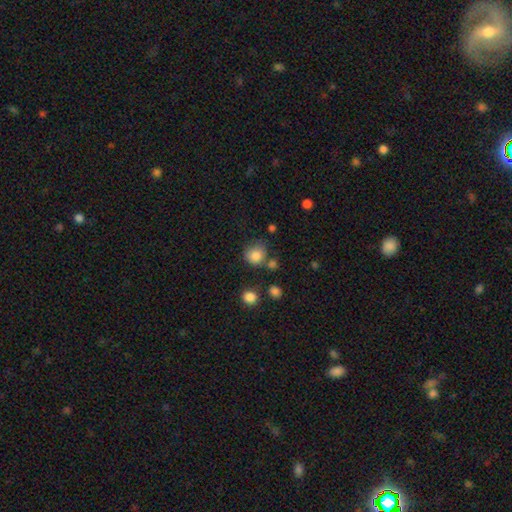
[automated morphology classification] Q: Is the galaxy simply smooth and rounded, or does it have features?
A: smooth — 83%.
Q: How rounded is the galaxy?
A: round — 78%.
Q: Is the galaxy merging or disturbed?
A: none — 60%.